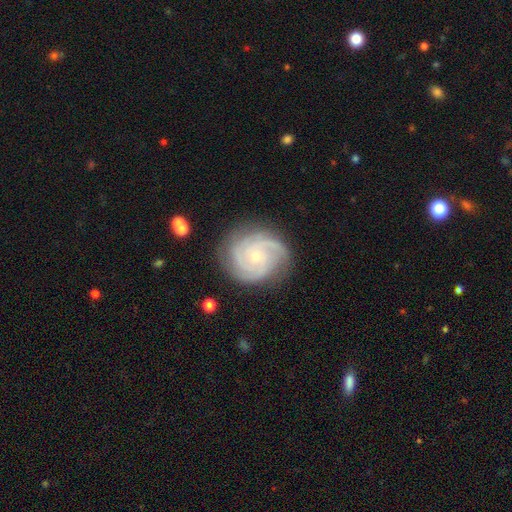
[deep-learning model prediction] Smooth or featured? featured or disk (87%)
Edge-on disk? no (98%)
Bar? no (75%)
Spiral arms? yes (98%)
Spiral winding? tight (65%)
Spiral arm count? 3 (46%)
Bulge size? small (75%)
Merging? none (79%)